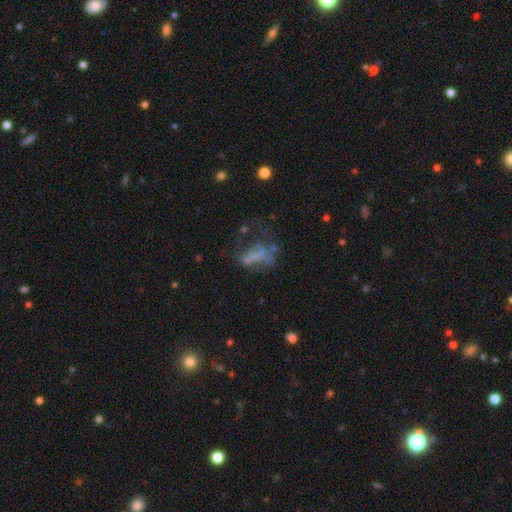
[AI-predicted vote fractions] smooth-or-featured: smooth: 44% | featured or disk: 35% | star or artifact: 21%
  merging: major disturbance: 42% | none: 28% | minor disturbance: 19% | merger: 11%